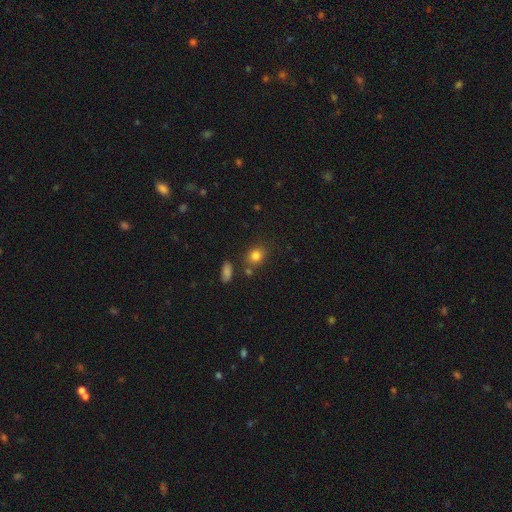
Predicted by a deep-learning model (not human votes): smooth 82%, star or artifact 11%, featured or disk 6%. Down the decision tree: how rounded — round (60%); merging — none (76%).